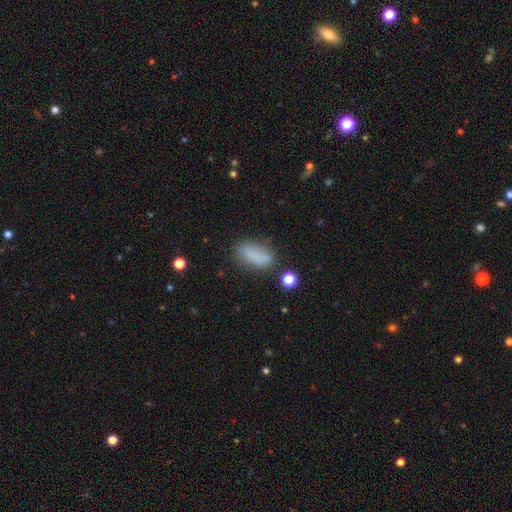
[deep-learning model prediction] This appears to be a smooth galaxy with no disk features (77%) that is in between round and cigar-shaped (80%). Merging: none (61%).